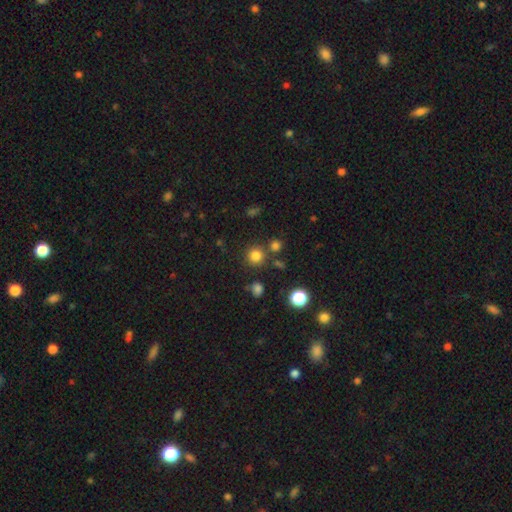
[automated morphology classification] Smooth or featured?
  - smooth: 79% *
  - star or artifact: 16%
  - featured or disk: 5%
How rounded?
  - round: 92% *
  - in between: 7%
  - cigar-shaped: 1%
Merging?
  - none: 80% *
  - merger: 8%
  - minor disturbance: 8%
  - major disturbance: 3%